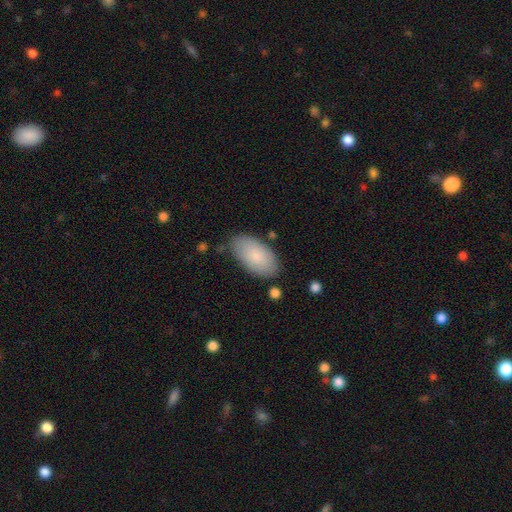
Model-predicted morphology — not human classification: Smooth or featured?
  - smooth: 83% *
  - featured or disk: 11%
  - star or artifact: 6%
How rounded?
  - in between: 95% *
  - round: 3%
  - cigar-shaped: 2%
Merging?
  - none: 77% *
  - minor disturbance: 16%
  - major disturbance: 4%
  - merger: 3%